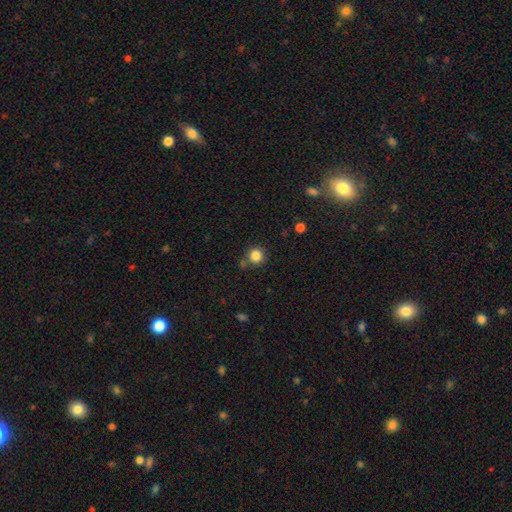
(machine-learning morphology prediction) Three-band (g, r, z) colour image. It shows a smooth galaxy with no disk features (84%) that is round (94%). Merging: none (79%).